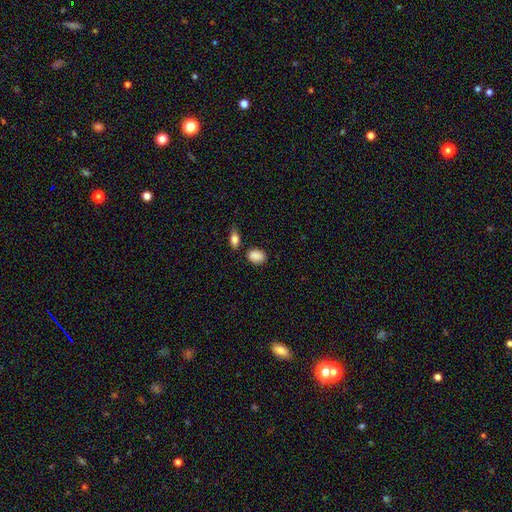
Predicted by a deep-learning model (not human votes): Smooth or featured? smooth (89%)
How rounded? in between (76%)
Merging? none (78%)